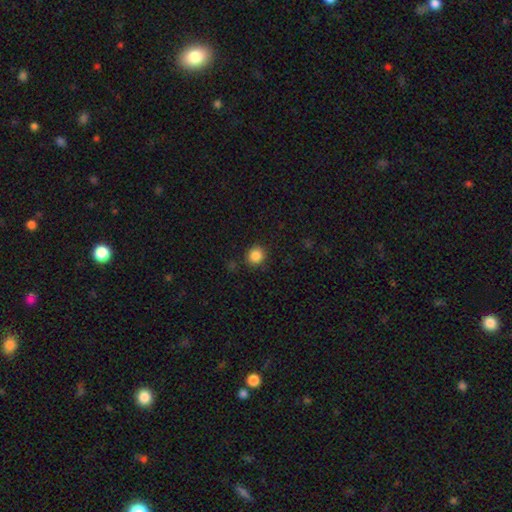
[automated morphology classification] type=smooth (86%); roundness=round (90%); merging=none (90%).